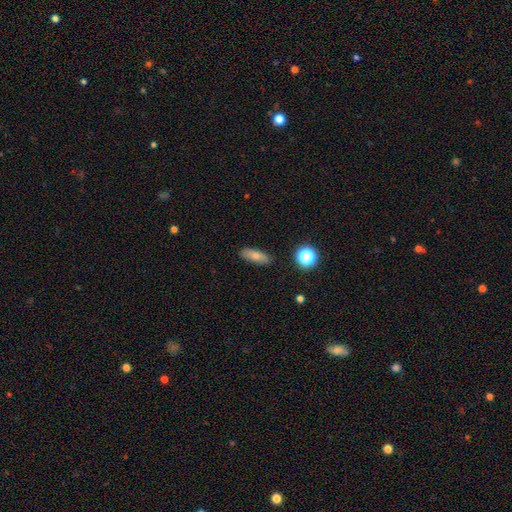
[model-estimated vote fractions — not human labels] Smooth or featured? Predicted: smooth (p=0.76). How rounded? Predicted: in between (p=0.68). Merging? Predicted: none (p=0.87).